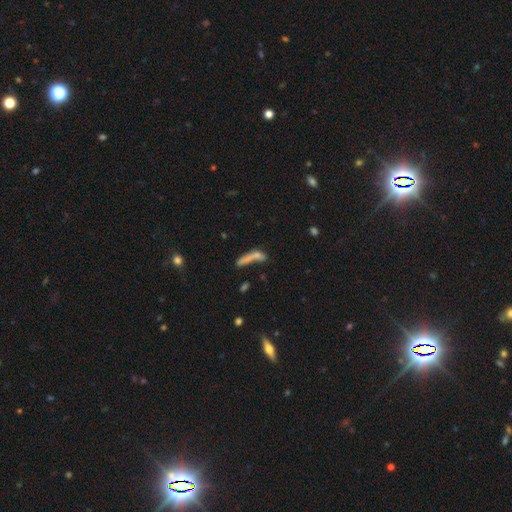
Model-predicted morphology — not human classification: The model was most divided on "merging": none: 43%, merger: 26%, minor disturbance: 16%, major disturbance: 15%. More confident: how rounded — cigar-shaped (81%); smooth or featured — smooth (60%).